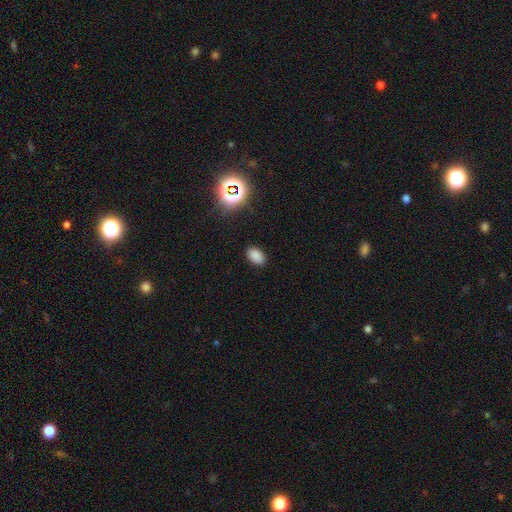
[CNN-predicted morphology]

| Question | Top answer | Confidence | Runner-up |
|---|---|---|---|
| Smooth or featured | smooth | 80% | star or artifact (16%) |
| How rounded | in between | 90% | round (9%) |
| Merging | none | 87% | minor disturbance (9%) |